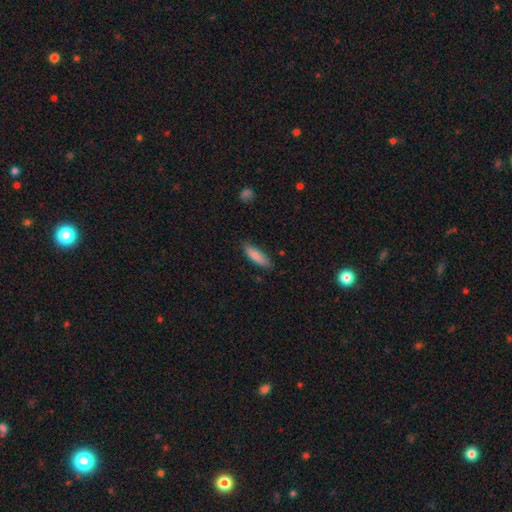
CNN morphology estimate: smooth 84%, featured or disk 10%, star or artifact 6%. Down the decision tree: how rounded — cigar-shaped (58%); merging — none (82%).